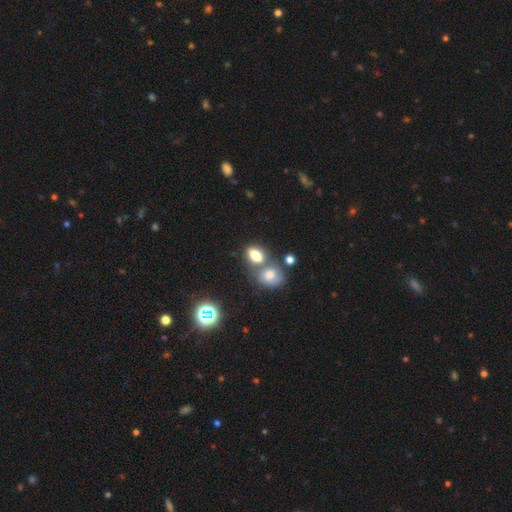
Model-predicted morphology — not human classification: Smooth or featured?
  - smooth: 71% *
  - featured or disk: 16%
  - star or artifact: 13%
How rounded?
  - in between: 74% *
  - round: 24%
  - cigar-shaped: 2%
Merging?
  - merger: 46% *
  - none: 37%
  - minor disturbance: 12%
  - major disturbance: 5%